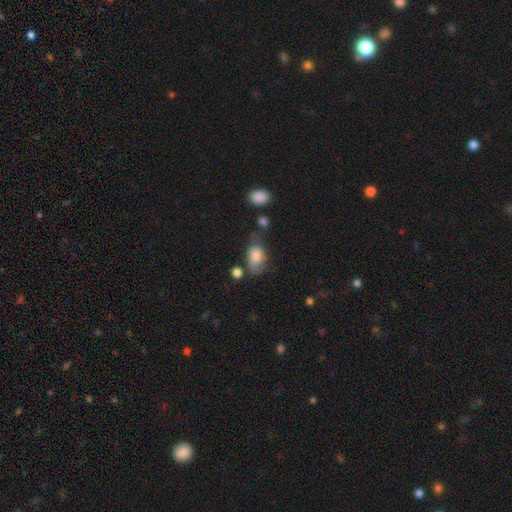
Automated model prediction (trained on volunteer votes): smooth-or-featured: smooth: 79% | featured or disk: 13% | star or artifact: 8%
  how-rounded: in between: 86% | round: 12% | cigar-shaped: 2%
  merging: none: 41% | minor disturbance: 32% | major disturbance: 18% | merger: 8%